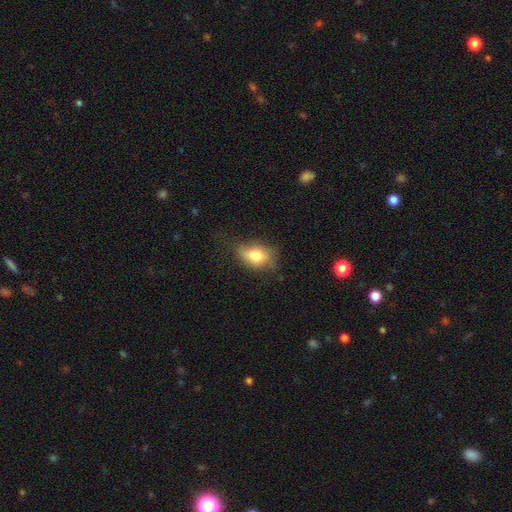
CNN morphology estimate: type=smooth (72%); roundness=in between (81%); merging=none (57%).